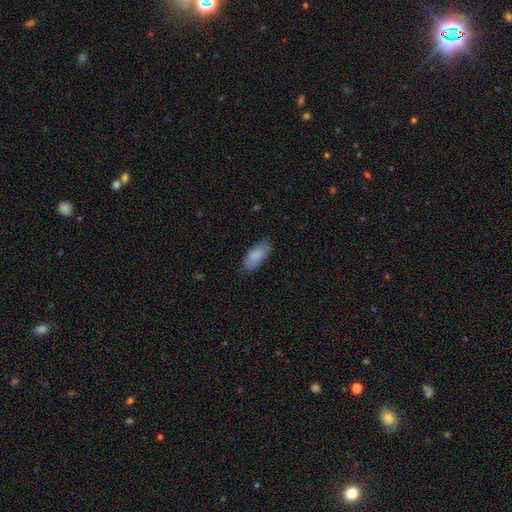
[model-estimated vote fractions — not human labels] This is clearly a smooth galaxy (87%). How rounded: clearly in between (84%). Merging: likely none (78%).